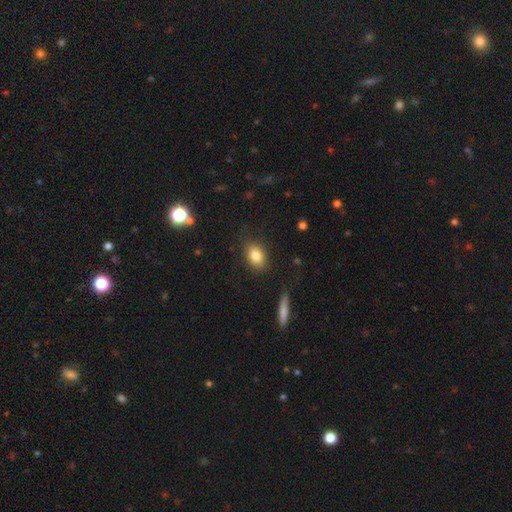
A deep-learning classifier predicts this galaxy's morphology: A smooth galaxy with no disk features (83%) that is in between round and cigar-shaped (77%). Merging: none (85%).